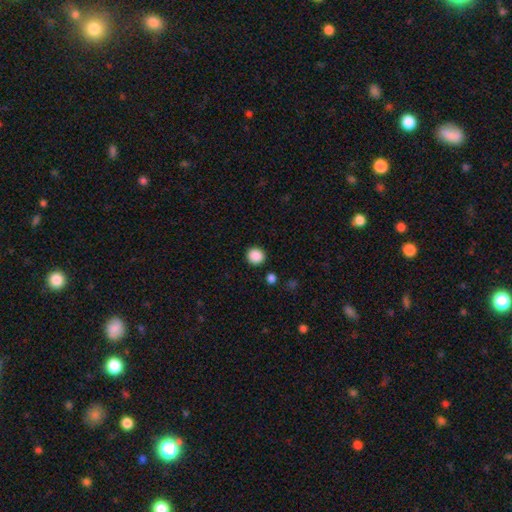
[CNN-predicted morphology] smooth 88%, star or artifact 9%, featured or disk 2%. Down the decision tree: how rounded — round (91%); merging — none (91%).